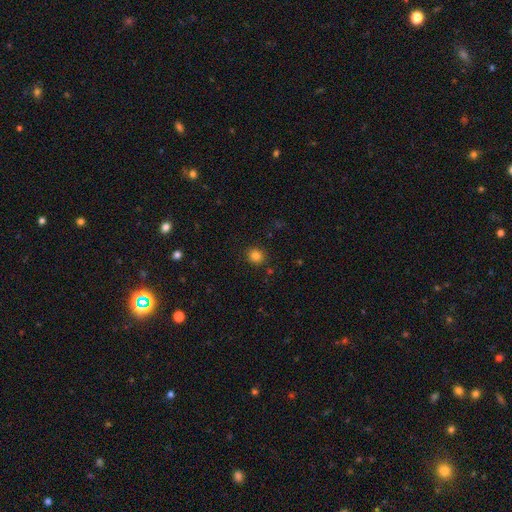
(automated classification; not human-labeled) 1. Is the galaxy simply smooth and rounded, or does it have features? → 82% smooth, 13% star or artifact, 5% featured or disk.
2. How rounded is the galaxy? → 84% round, 15% in between, 1% cigar-shaped.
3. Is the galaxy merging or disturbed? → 88% none, 7% minor disturbance, 2% major disturbance, 2% merger.